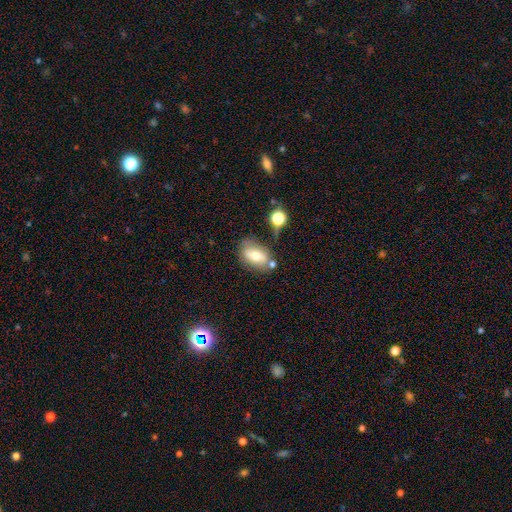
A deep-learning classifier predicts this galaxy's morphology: Smooth or featured? smooth (62%)
How rounded? in between (84%)
Merging? none (55%)